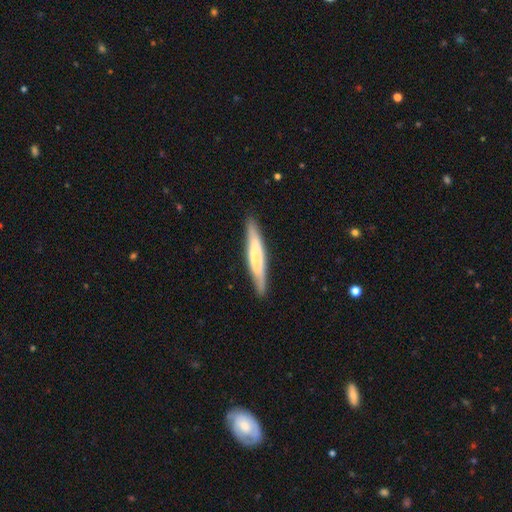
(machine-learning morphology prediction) Smooth or featured?
  - smooth: 53% *
  - featured or disk: 42%
  - star or artifact: 5%
How rounded?
  - cigar-shaped: 90% *
  - in between: 9%
  - round: 1%
Merging?
  - none: 86% *
  - minor disturbance: 11%
  - major disturbance: 2%
  - merger: 1%